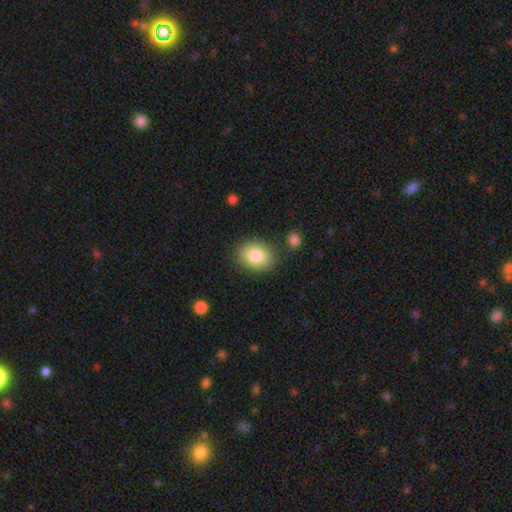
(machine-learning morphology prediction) smooth_or_featured: smooth (p=0.82) [alt: featured or disk p=0.09]
how_rounded: in between (p=0.54) [alt: round p=0.45]
merging: none (p=0.83) [alt: minor disturbance p=0.10]